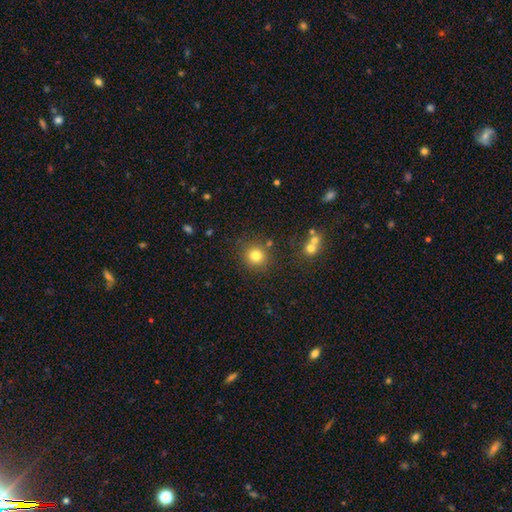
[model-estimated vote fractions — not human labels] A smooth galaxy with no disk features (80%) that is round (92%). Merging: none (83%).